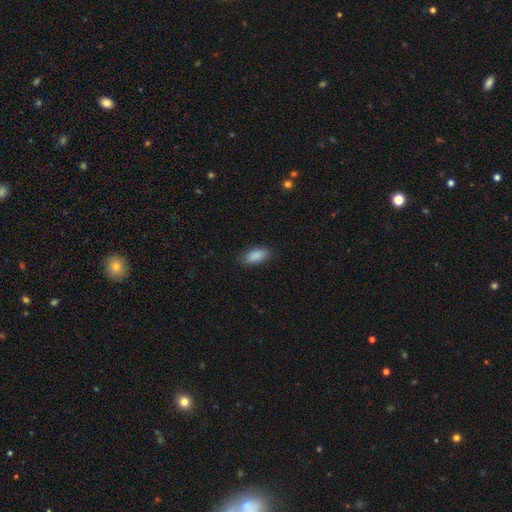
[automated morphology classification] Smooth or featured? Predicted: smooth (p=0.90). How rounded? Predicted: in between (p=0.88). Merging? Predicted: none (p=0.84).